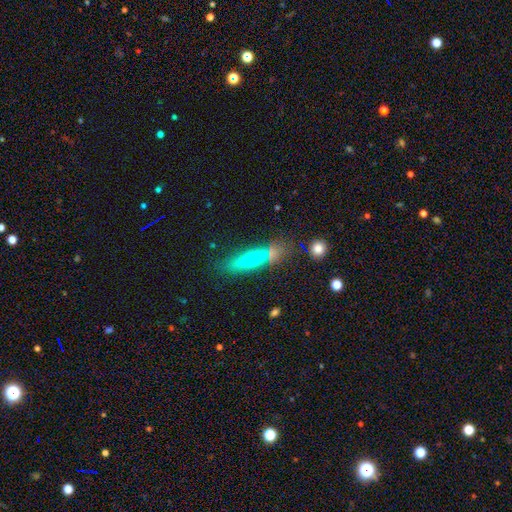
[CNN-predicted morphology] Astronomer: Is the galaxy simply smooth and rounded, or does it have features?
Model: featured or disk — 47% (runner-up: smooth, 44%).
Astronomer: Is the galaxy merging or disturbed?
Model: none — 65%.